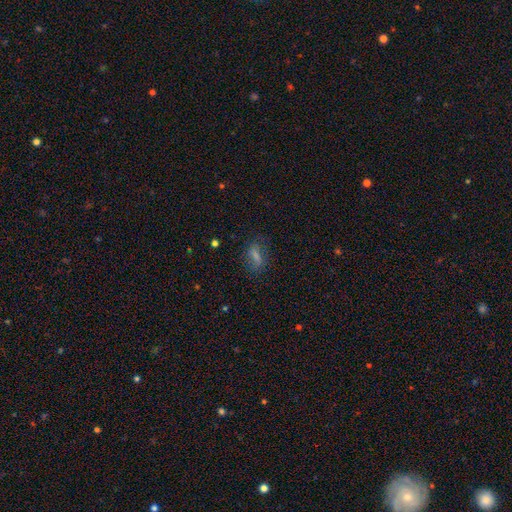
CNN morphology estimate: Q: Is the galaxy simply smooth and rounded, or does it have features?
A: smooth — 70%.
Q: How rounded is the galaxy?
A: in between — 64%.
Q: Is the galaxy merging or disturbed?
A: none — 73%.